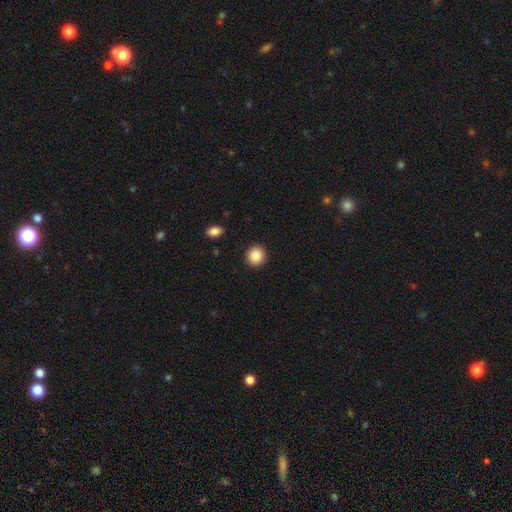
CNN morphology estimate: type=smooth (87%); roundness=round (90%); merging=none (92%).